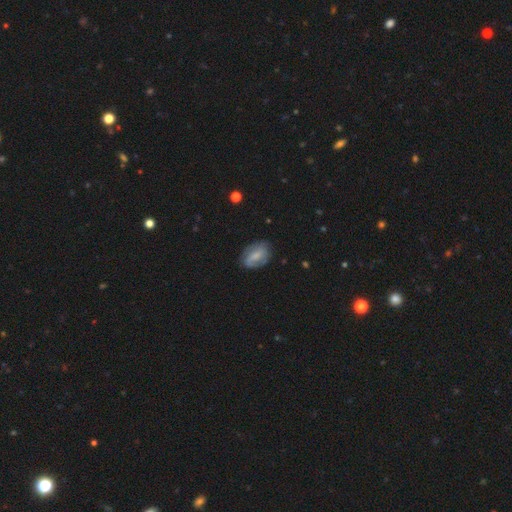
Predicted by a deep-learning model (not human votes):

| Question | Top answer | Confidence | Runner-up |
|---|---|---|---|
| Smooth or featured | smooth | 54% | featured or disk (39%) |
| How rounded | in between | 84% | round (14%) |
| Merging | none | 67% | minor disturbance (24%) |